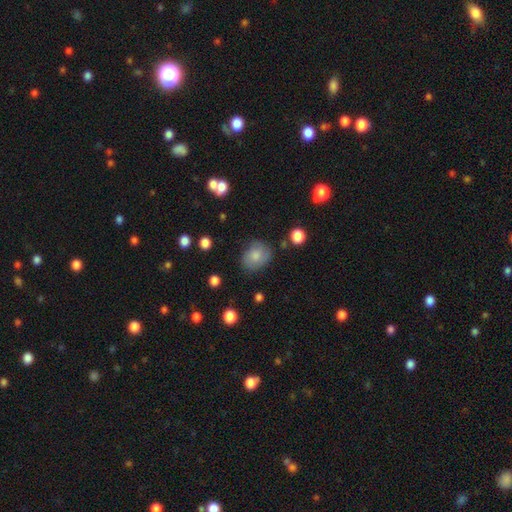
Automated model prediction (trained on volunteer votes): A smooth galaxy with no disk features (77%) that is in between round and cigar-shaped (52%).

Vote fractions:
- Smooth or featured? smooth: 77% / featured or disk: 14% / star or artifact: 9%
- How rounded? in between: 52% / round: 47% / cigar-shaped: 1%
- Merging? none: 71% / minor disturbance: 20% / major disturbance: 6% / merger: 3%